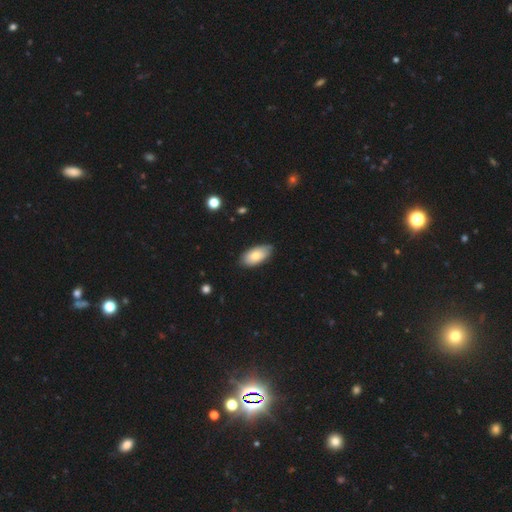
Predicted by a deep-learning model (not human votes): Smooth or featured: smooth — 76% (featured or disk — 18%)
How rounded: in between — 93% (cigar-shaped — 5%)
Merging: none — 77% (minor disturbance — 20%)